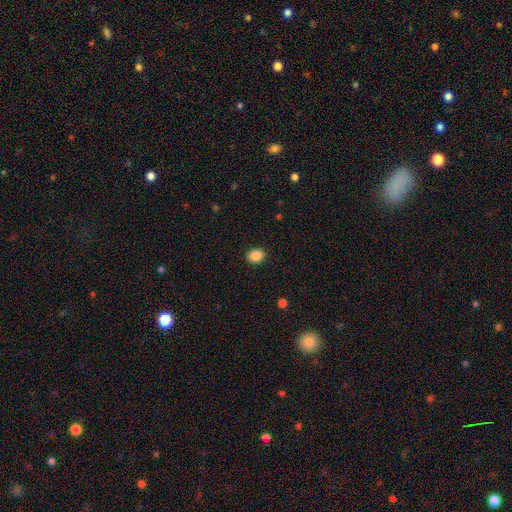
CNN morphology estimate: A smooth galaxy with no disk features (87%) that is round (58%). Merging: none (90%).